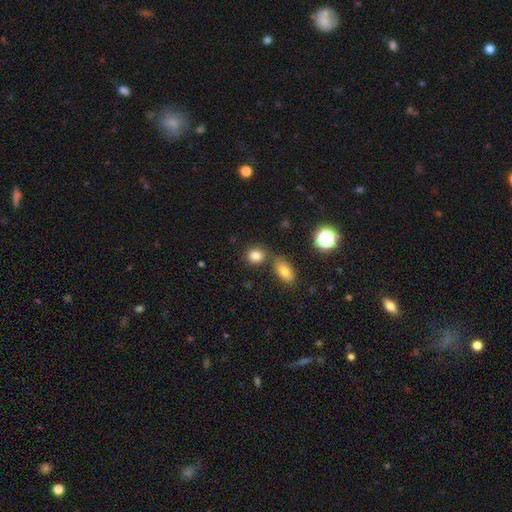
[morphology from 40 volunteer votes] Overall: smooth (90%). How rounded: round (86%). Merging: none (68%).